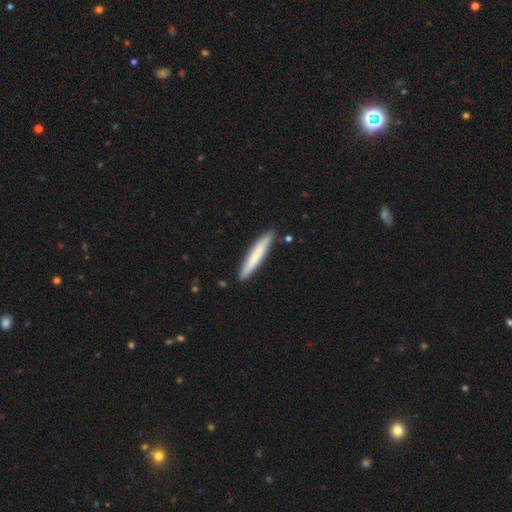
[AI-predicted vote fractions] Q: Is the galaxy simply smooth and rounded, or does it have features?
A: smooth — 69%.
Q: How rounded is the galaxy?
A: cigar-shaped — 94%.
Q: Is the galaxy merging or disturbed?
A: none — 87%.